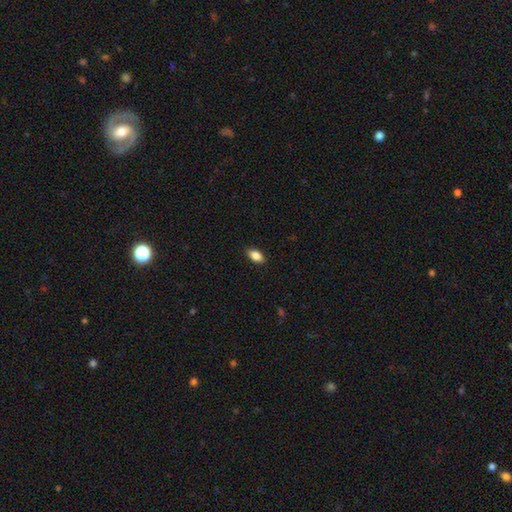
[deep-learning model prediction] Q: Smooth or featured?
A: smooth (86%); runner-up: star or artifact (8%)
Q: How rounded?
A: in between (90%); runner-up: cigar-shaped (6%)
Q: Merging?
A: none (88%); runner-up: minor disturbance (9%)